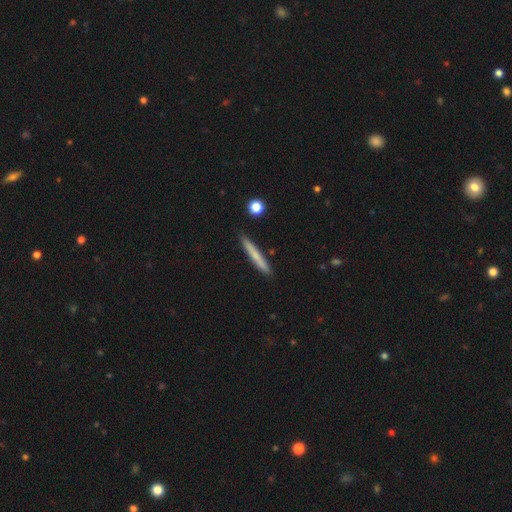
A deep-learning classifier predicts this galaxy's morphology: A smooth galaxy with no disk features (68%) that is cigar-shaped (96%).

Vote fractions:
- Smooth or featured? smooth: 68% / featured or disk: 26% / star or artifact: 6%
- How rounded? cigar-shaped: 96% / in between: 3% / round: 1%
- Merging? none: 90% / minor disturbance: 7% / merger: 2% / major disturbance: 1%